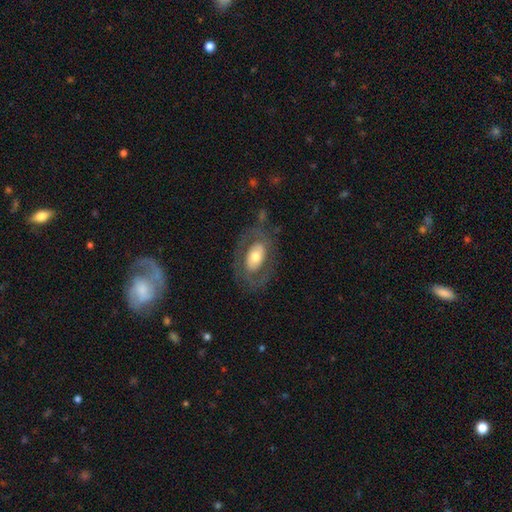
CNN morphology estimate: Smooth or featured: featured or disk — 60% (smooth — 34%)
Edge-on disk: no — 93% (yes — 7%)
Bar: no — 68% (weak — 21%)
Spiral arms: no — 55% (yes — 45%)
Bulge size: moderate — 58% (small — 19%)
Merging: none — 72% (minor disturbance — 15%)